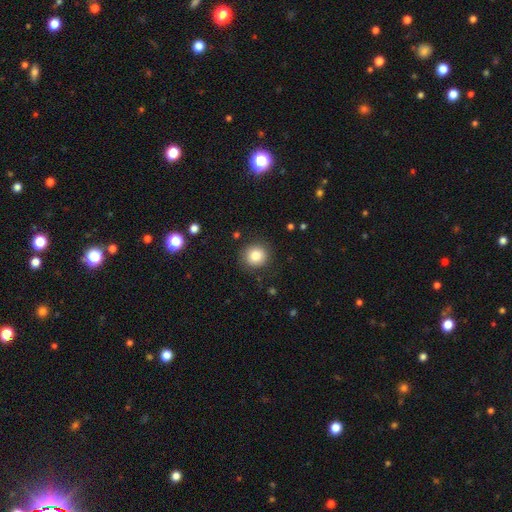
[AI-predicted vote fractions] Smooth or featured: smooth — 82% (star or artifact — 11%)
How rounded: round — 91% (in between — 9%)
Merging: none — 88% (minor disturbance — 8%)